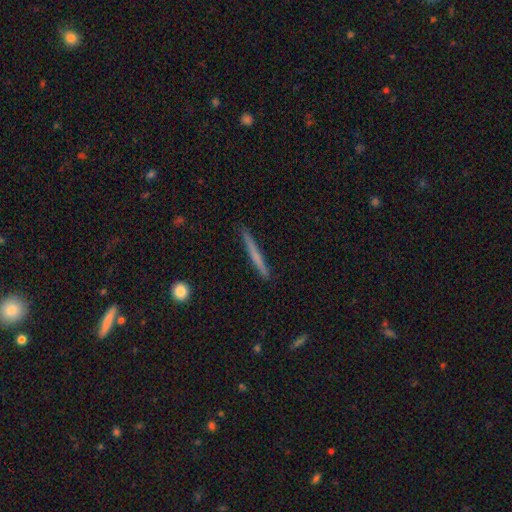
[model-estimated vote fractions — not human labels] Morphology: type=smooth (56%); roundness=cigar-shaped (96%); merging=none (90%).